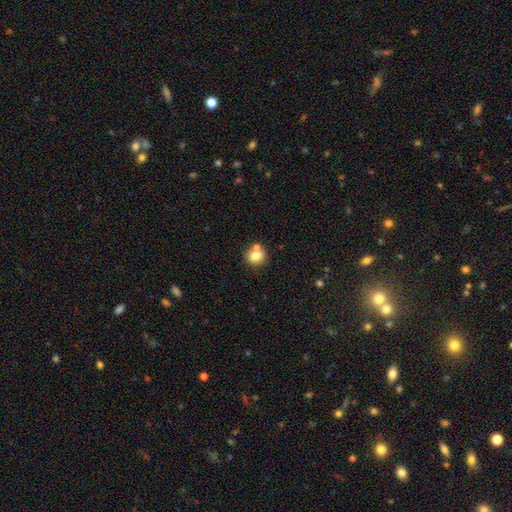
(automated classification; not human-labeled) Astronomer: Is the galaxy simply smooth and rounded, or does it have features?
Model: smooth — 78%.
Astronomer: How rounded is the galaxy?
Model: round — 86%.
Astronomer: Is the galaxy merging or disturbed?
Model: none — 65%.